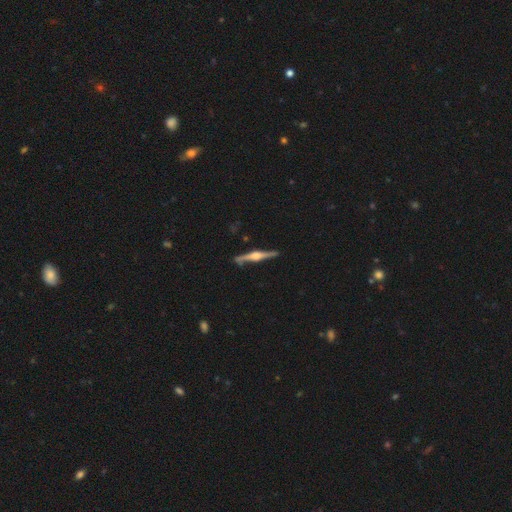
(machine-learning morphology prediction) Q: Smooth or featured?
A: featured or disk (83%); runner-up: smooth (13%)
Q: Edge-on disk?
A: yes (97%); runner-up: no (3%)
Q: Edge-on bulge?
A: rounded (86%); runner-up: boxy (10%)
Q: Merging?
A: none (84%); runner-up: minor disturbance (12%)